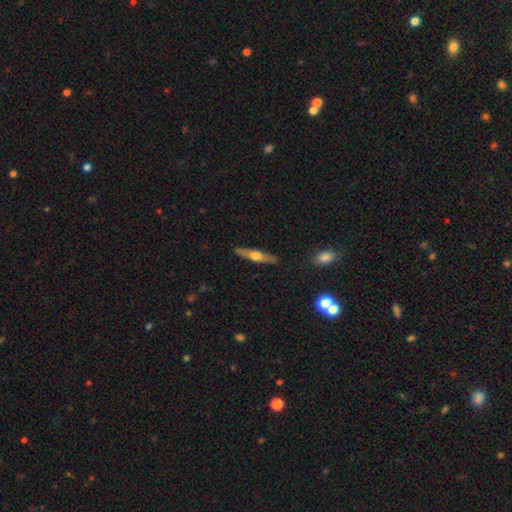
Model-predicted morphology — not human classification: featured or disk 60%, smooth 34%, star or artifact 6%. Down the decision tree: edge-on disk — yes (95%); edge-on bulge — rounded (93%); merging — none (89%).